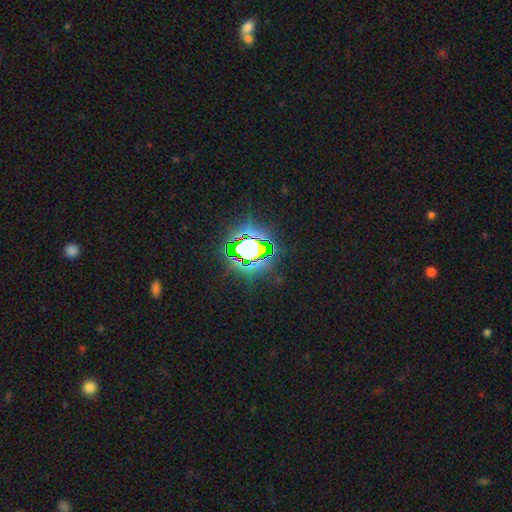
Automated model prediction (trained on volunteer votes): smooth-or-featured: star or artifact: 73% | smooth: 15% | featured or disk: 12%